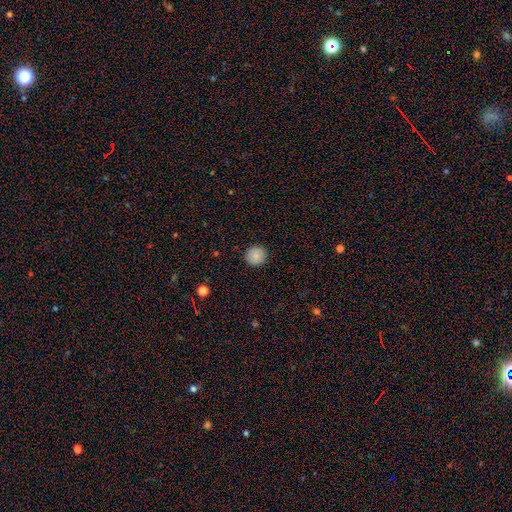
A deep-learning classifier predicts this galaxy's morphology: Smooth or featured? smooth (85%)
How rounded? round (95%)
Merging? none (91%)